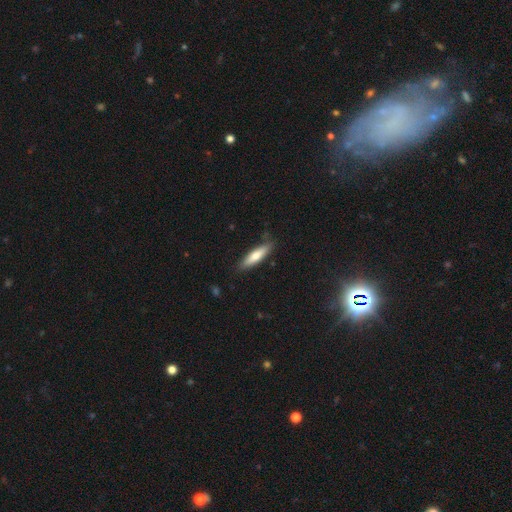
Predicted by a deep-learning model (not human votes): smooth 69%, featured or disk 25%, star or artifact 6%. Down the decision tree: how rounded — cigar-shaped (73%); merging — none (84%).